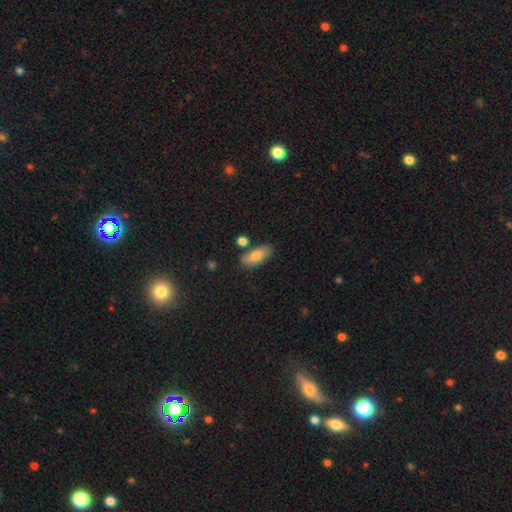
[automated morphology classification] Smooth or featured? smooth (74%)
How rounded? in between (82%)
Merging? none (74%)